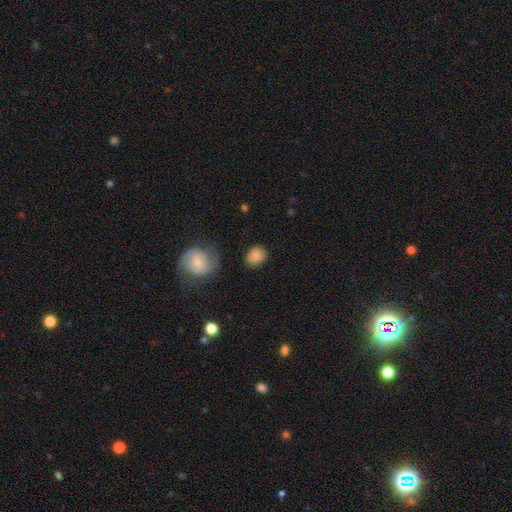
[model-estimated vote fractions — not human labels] Q: Smooth or featured?
A: smooth (82%); runner-up: star or artifact (9%)
Q: How rounded?
A: round (55%); runner-up: in between (44%)
Q: Merging?
A: none (73%); runner-up: minor disturbance (18%)